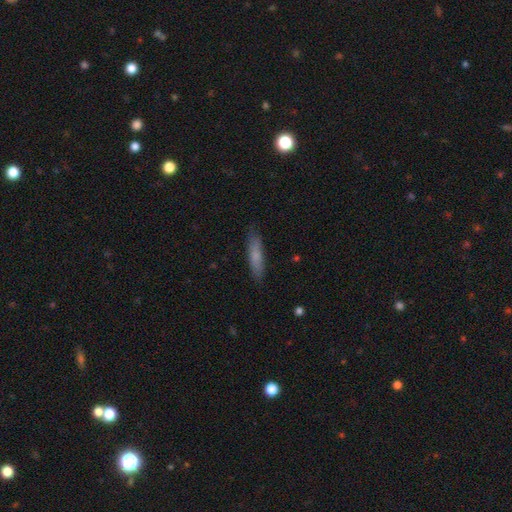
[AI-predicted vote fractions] smooth 73%, featured or disk 21%, star or artifact 6%. Down the decision tree: how rounded — cigar-shaped (81%); merging — none (85%).